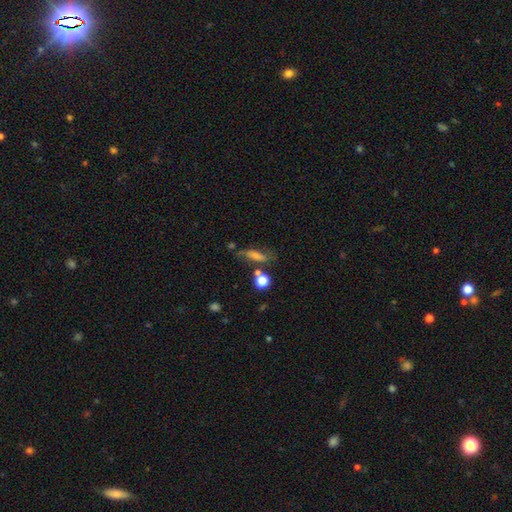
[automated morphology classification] The model was most divided on "smooth or featured": smooth: 40%, featured or disk: 37%, star or artifact: 24%. More confident: merging — none (62%).